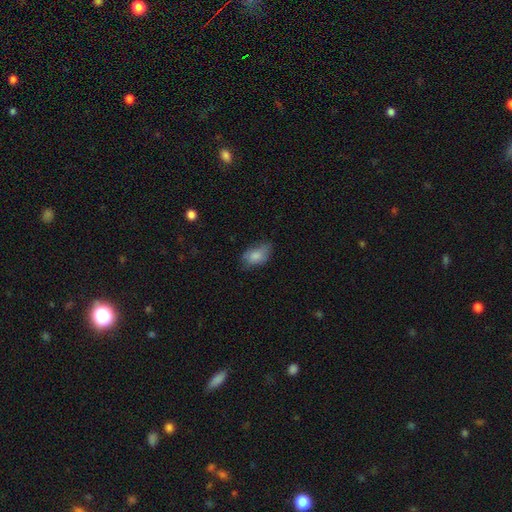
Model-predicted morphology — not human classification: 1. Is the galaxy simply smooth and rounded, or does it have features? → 81% smooth, 11% featured or disk, 8% star or artifact.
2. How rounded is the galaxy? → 90% in between, 8% round, 2% cigar-shaped.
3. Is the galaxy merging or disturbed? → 57% none, 32% minor disturbance, 9% major disturbance, 2% merger.